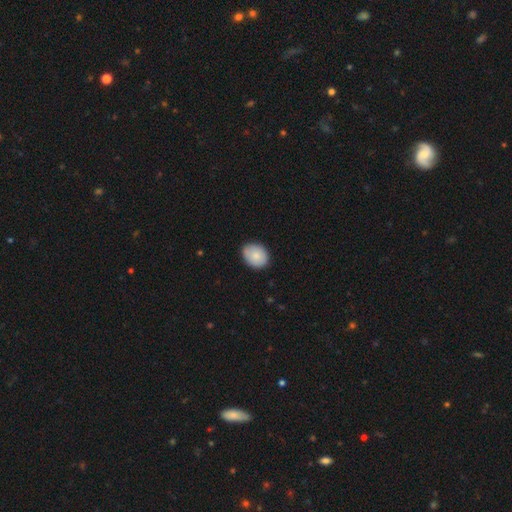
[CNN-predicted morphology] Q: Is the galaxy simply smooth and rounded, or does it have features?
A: smooth — 84%.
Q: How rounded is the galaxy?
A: in between — 52%.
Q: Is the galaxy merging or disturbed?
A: none — 80%.